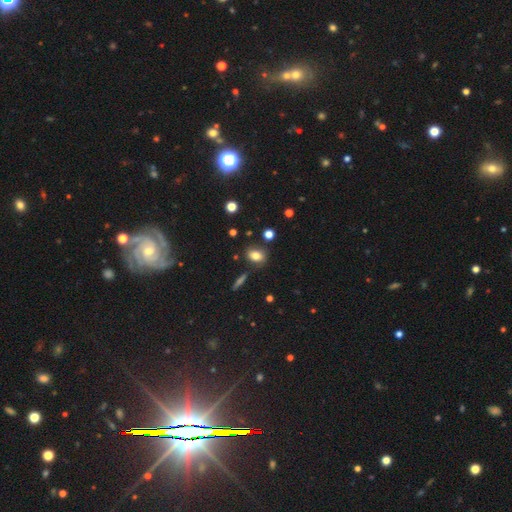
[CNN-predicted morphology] A smooth galaxy with no disk features (78%) that is in between round and cigar-shaped (63%).

Vote fractions:
- Smooth or featured? smooth: 78% / star or artifact: 12% / featured or disk: 11%
- How rounded? in between: 63% / round: 35% / cigar-shaped: 3%
- Merging? none: 78% / minor disturbance: 13% / merger: 5% / major disturbance: 4%